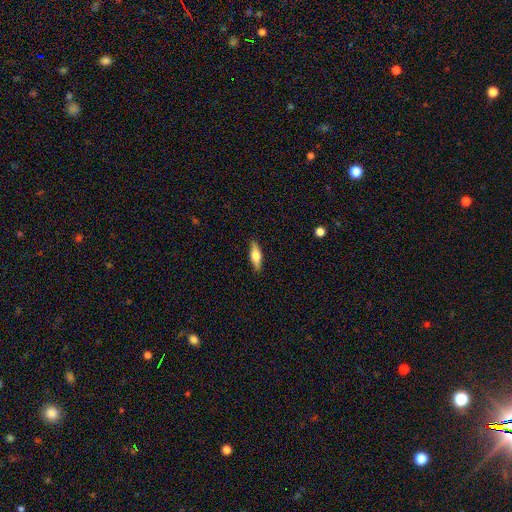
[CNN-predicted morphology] Smooth or featured: smooth — 60% (featured or disk — 34%)
How rounded: in between — 52% (cigar-shaped — 45%)
Merging: none — 88% (minor disturbance — 9%)